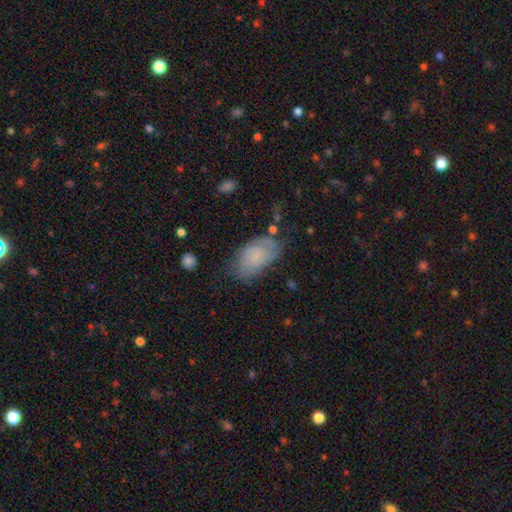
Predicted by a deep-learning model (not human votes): Smooth or featured? smooth (58%)
How rounded? in between (92%)
Merging? none (61%)